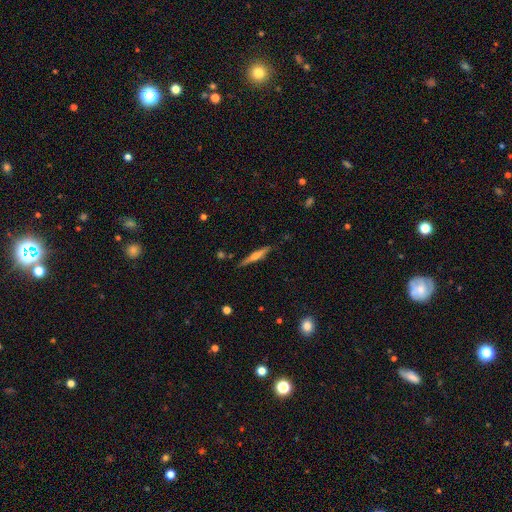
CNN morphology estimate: type=featured or disk (63%); edge-on=yes (97%); edge-on bulge=rounded (76%); merging=none (87%).